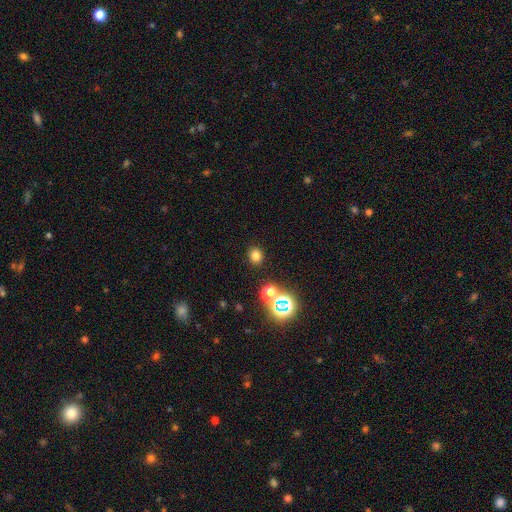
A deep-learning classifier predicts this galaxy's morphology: smooth 74%, star or artifact 20%, featured or disk 5%. Down the decision tree: how rounded — round (76%); merging — none (88%).